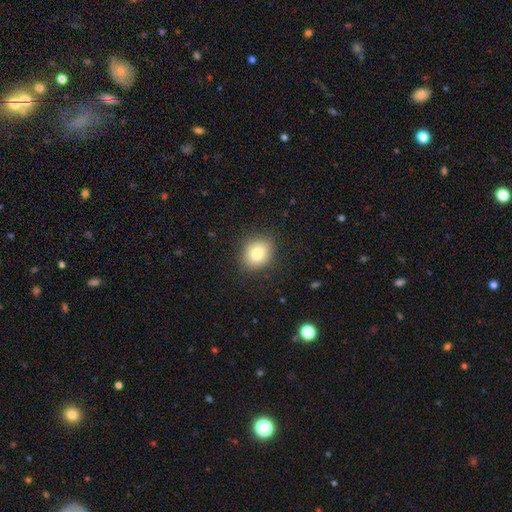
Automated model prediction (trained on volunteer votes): smooth-or-featured: smooth: 81% | star or artifact: 10% | featured or disk: 9%
  how-rounded: round: 62% | in between: 37% | cigar-shaped: 1%
  merging: none: 86% | minor disturbance: 10% | major disturbance: 3% | merger: 1%